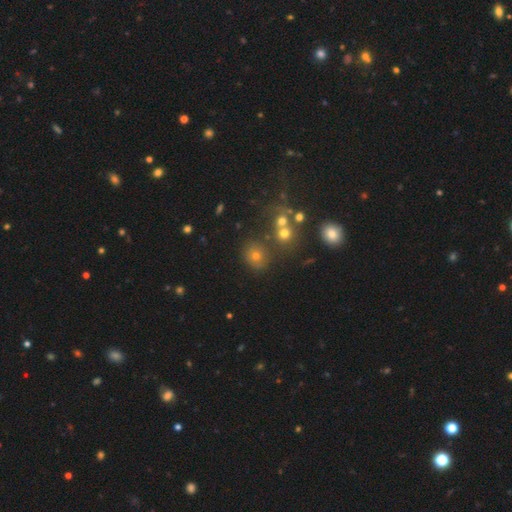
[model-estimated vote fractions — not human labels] smooth_or_featured: smooth (p=0.62) [alt: star or artifact p=0.26]
how_rounded: round (p=0.77) [alt: in between p=0.22]
merging: none (p=0.73) [alt: merger p=0.12]